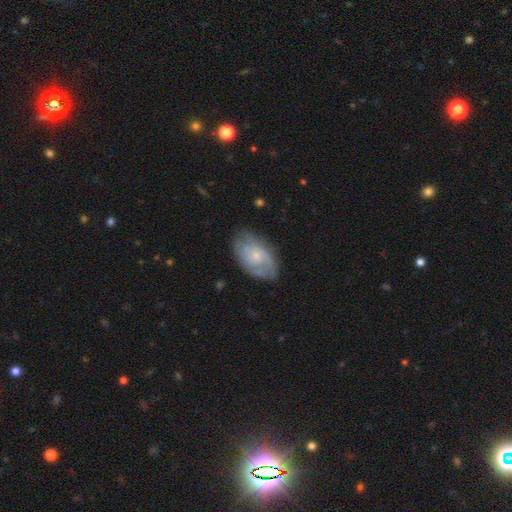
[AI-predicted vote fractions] A featured or disk galaxy (65%) with no bar (76%), tight (49%) spiral arms (84%) and a small central bulge (65%).

Vote fractions:
- Smooth or featured? featured or disk: 65% / smooth: 29% / star or artifact: 6%
- Edge-on disk? no: 96% / yes: 4%
- Bar? no: 76% / weak: 22% / strong: 3%
- Spiral arms? yes: 84% / no: 16%
- Spiral winding? tight: 49% / medium: 37% / loose: 14%
- Spiral arm count? can't tell: 40% / 2: 37% / 3: 11% / 1: 6% / 4: 4% / more than 4: 3%
- Bulge size? small: 65% / moderate: 25% / none: 7% / large: 2% / dominant: 1%
- Merging? none: 70% / minor disturbance: 21% / major disturbance: 8% / merger: 1%